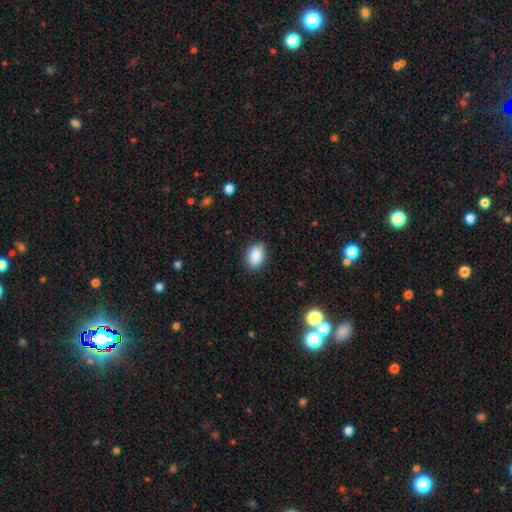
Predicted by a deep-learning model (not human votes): Overall: smooth (88%). How rounded: in between (84%). Merging: none (83%).